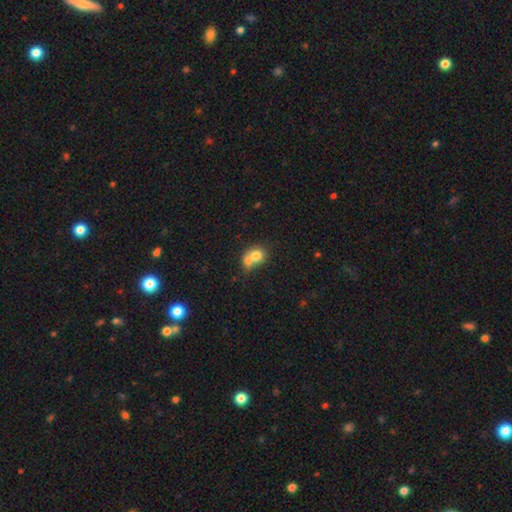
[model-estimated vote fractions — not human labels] Smooth or featured? smooth (73%)
How rounded? round (70%)
Merging? merger (68%)